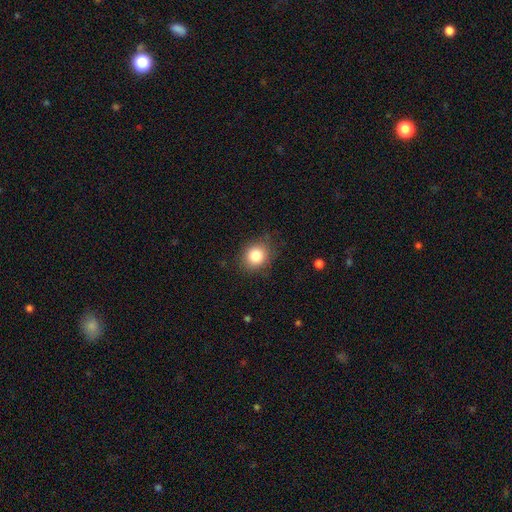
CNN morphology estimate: Smooth or featured?
  - smooth: 83% *
  - star or artifact: 10%
  - featured or disk: 6%
How rounded?
  - round: 74% *
  - in between: 25%
  - cigar-shaped: 1%
Merging?
  - none: 82% *
  - minor disturbance: 13%
  - major disturbance: 4%
  - merger: 1%